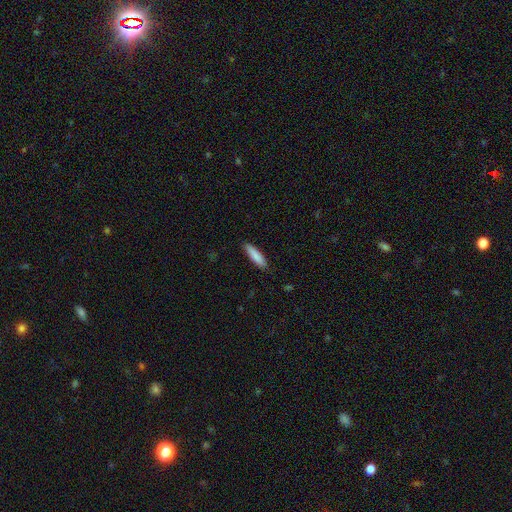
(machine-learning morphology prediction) This is clearly a smooth galaxy (86%). How rounded: likely cigar-shaped (72%). Merging: clearly none (86%).